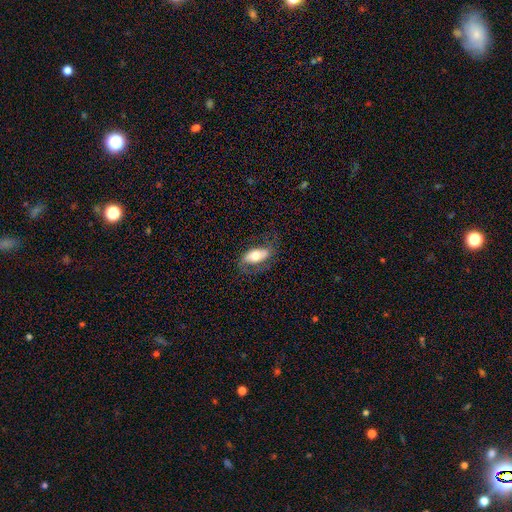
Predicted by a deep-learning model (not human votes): Q: Smooth or featured?
A: smooth (55%); runner-up: featured or disk (38%)
Q: How rounded?
A: in between (89%); runner-up: cigar-shaped (7%)
Q: Merging?
A: none (67%); runner-up: minor disturbance (20%)